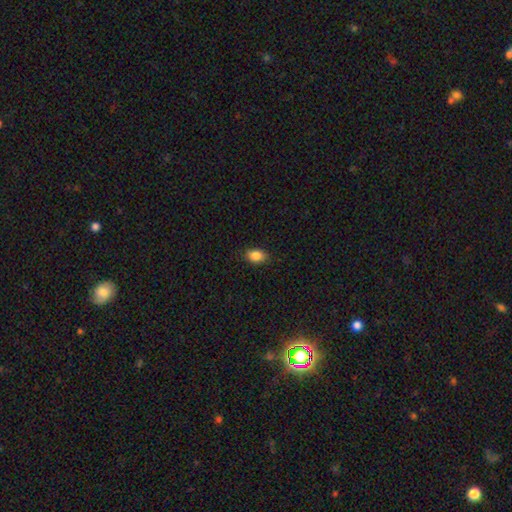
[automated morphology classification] A smooth galaxy with no disk features (86%) that is in between round and cigar-shaped (81%). Merging: none (84%).